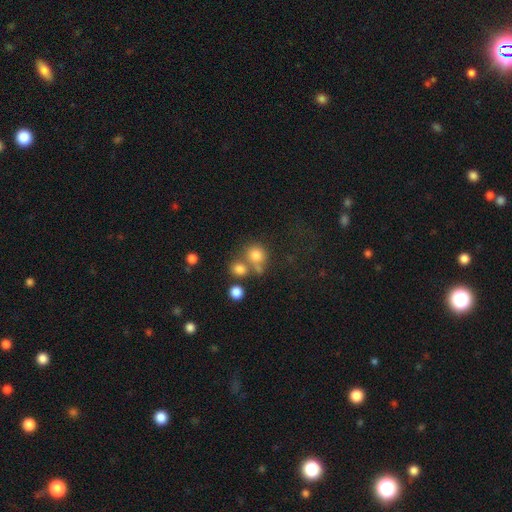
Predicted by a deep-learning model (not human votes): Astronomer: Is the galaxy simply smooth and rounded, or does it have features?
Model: smooth — 77%.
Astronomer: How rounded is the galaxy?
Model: round — 82%.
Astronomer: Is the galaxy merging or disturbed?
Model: none — 48% (runner-up: merger, 34%).